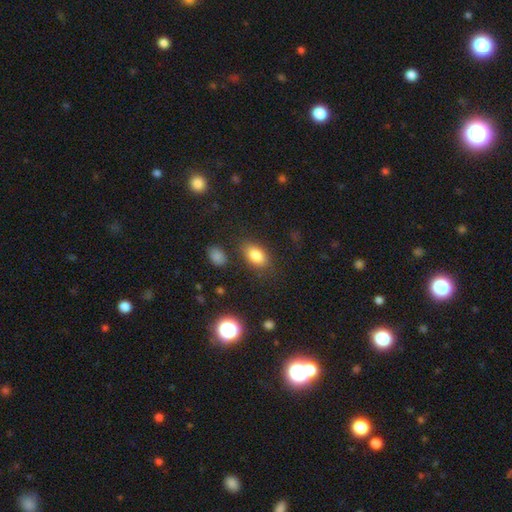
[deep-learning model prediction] Smooth or featured? smooth (82%)
How rounded? in between (86%)
Merging? none (80%)